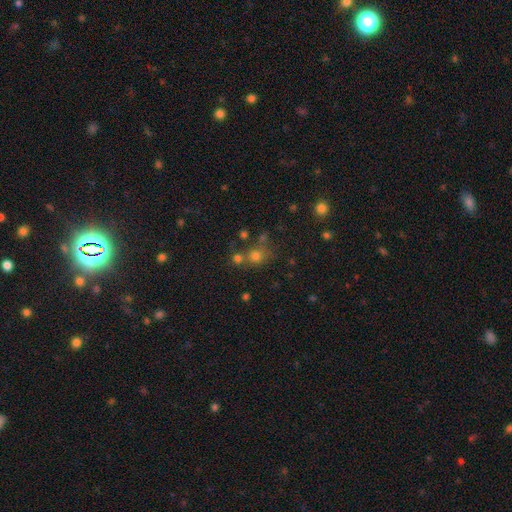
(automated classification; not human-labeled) Smooth or featured? smooth (66%)
How rounded? round (82%)
Merging? none (55%)